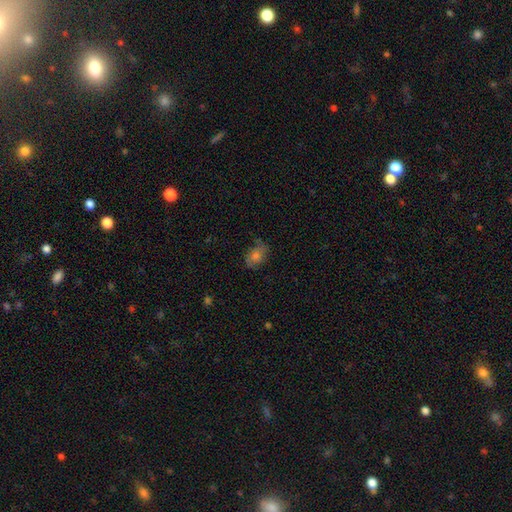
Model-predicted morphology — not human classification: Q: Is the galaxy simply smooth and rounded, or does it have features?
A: smooth — 60%.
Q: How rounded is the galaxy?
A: in between — 66%.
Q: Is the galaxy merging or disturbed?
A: none — 71%.